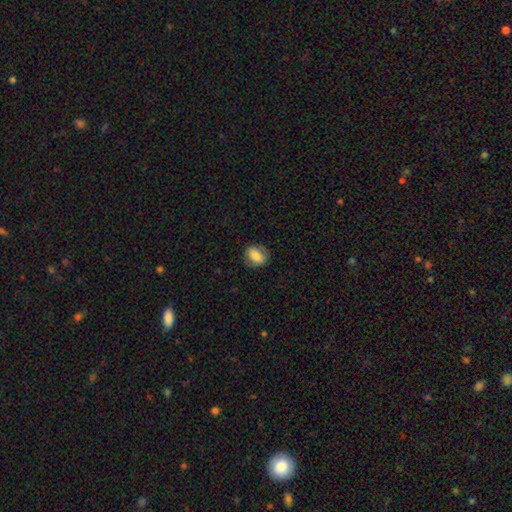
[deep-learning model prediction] Smooth or featured? Predicted: smooth (p=0.73). How rounded? Predicted: in between (p=0.58). Merging? Predicted: none (p=0.79).